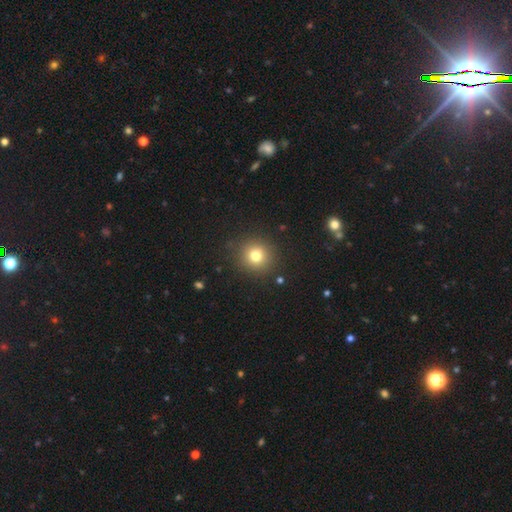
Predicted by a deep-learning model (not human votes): smooth-or-featured: smooth: 77% | star or artifact: 14% | featured or disk: 9%
  how-rounded: round: 91% | in between: 8% | cigar-shaped: 1%
  merging: none: 89% | minor disturbance: 7% | major disturbance: 3% | merger: 1%